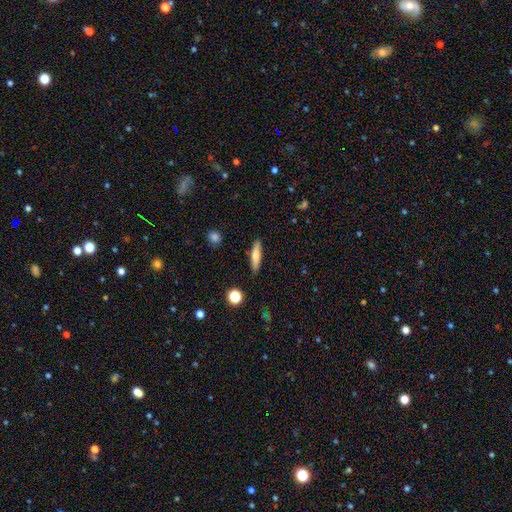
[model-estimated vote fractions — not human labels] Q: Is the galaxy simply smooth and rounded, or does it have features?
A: smooth — 67%.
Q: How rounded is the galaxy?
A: cigar-shaped — 74%.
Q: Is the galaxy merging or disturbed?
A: none — 88%.